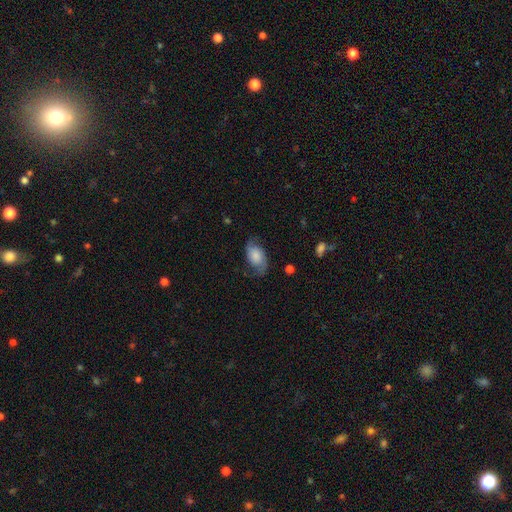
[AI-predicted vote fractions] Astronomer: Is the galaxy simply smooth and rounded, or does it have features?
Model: featured or disk — 52% (runner-up: smooth, 40%).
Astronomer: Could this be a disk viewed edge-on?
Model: no — 95%.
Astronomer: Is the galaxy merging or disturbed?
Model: none — 68%.